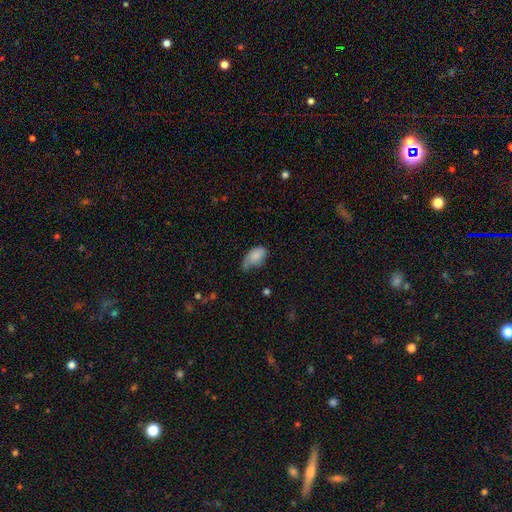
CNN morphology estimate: smooth_or_featured: smooth (p=0.74) [alt: featured or disk p=0.19]
how_rounded: in between (p=0.91) [alt: round p=0.08]
merging: minor disturbance (p=0.41) [alt: none p=0.30]